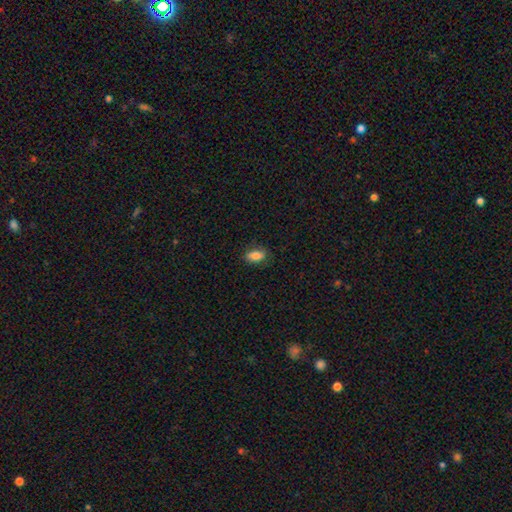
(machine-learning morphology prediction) Overall: smooth (83%). How rounded: in between (88%). Merging: none (80%).